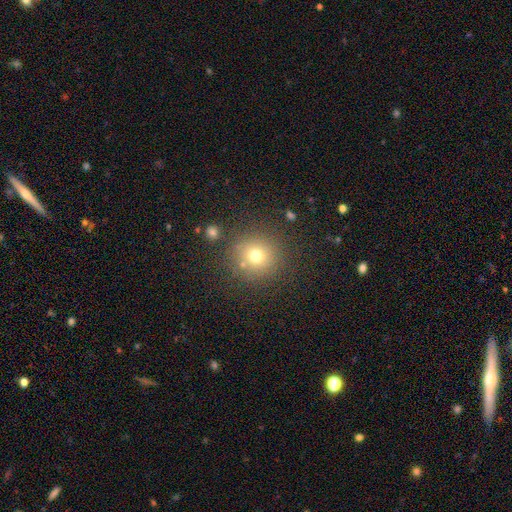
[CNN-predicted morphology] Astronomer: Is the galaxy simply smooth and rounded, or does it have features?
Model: smooth — 73%.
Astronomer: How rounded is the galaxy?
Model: round — 93%.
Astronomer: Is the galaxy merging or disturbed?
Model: none — 85%.